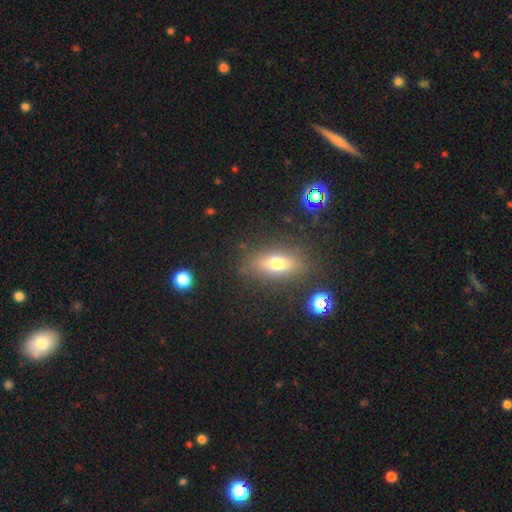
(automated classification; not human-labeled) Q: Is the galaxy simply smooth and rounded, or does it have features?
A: smooth — 53%.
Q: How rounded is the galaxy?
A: in between — 67%.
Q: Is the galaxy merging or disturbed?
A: none — 83%.